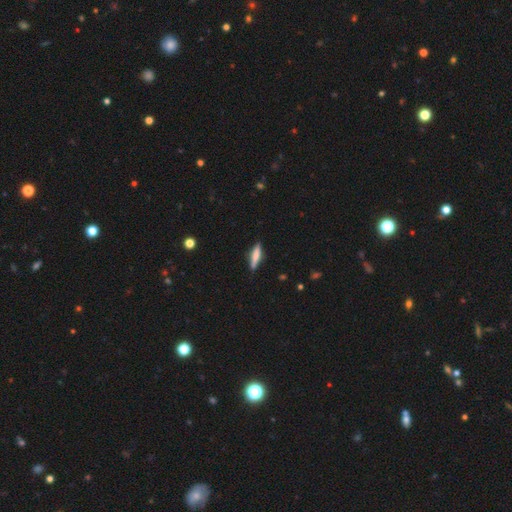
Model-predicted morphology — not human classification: This is likely a smooth galaxy (64%). How rounded: clearly cigar-shaped (80%). Merging: clearly none (86%).